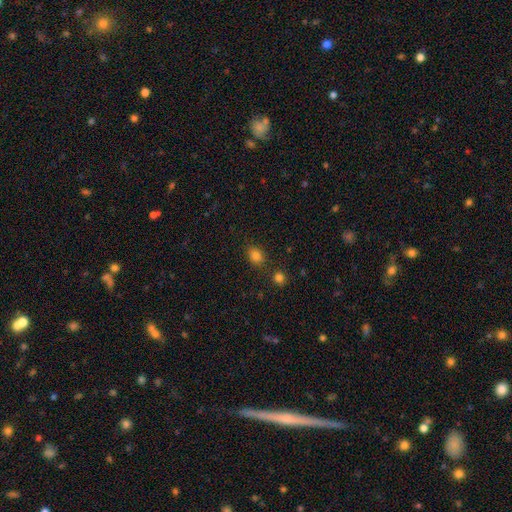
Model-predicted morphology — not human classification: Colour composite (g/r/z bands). It shows a smooth galaxy with no disk features (82%) that is in between round and cigar-shaped (55%). Merging: none (80%).